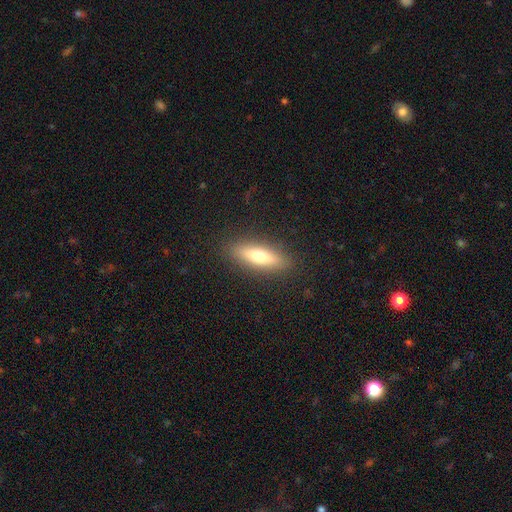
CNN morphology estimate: Smooth or featured: smooth — 57% (featured or disk — 35%)
How rounded: cigar-shaped — 63% (in between — 34%)
Merging: none — 90% (minor disturbance — 7%)